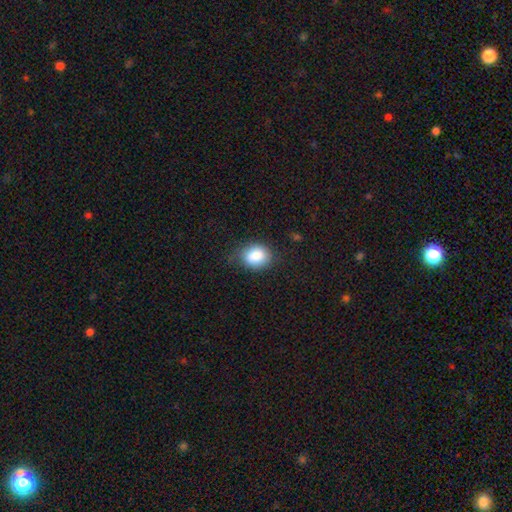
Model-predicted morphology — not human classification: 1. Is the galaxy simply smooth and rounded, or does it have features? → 86% smooth, 8% star or artifact, 6% featured or disk.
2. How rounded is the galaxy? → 53% in between, 46% round, 1% cigar-shaped.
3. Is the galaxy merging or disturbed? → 69% none, 23% minor disturbance, 6% major disturbance, 1% merger.